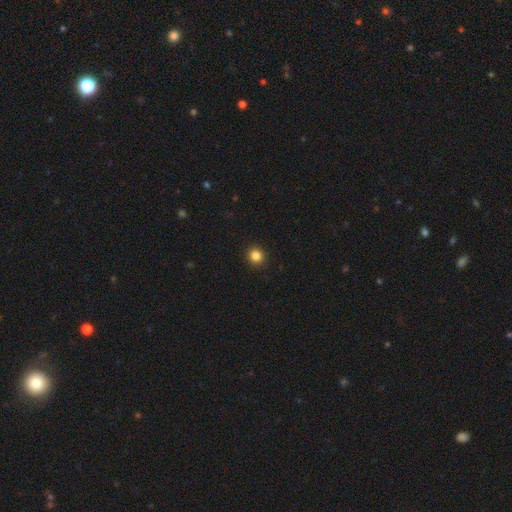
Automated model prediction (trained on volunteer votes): Overall: smooth (85%). How rounded: round (92%). Merging: none (93%).